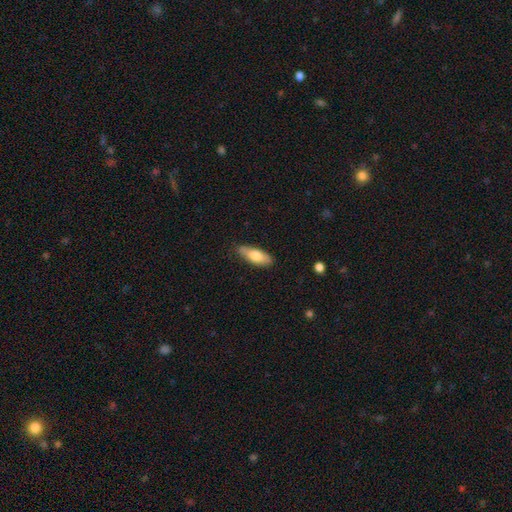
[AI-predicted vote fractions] smooth 75%, featured or disk 20%, star or artifact 6%. Down the decision tree: how rounded — in between (68%); merging — none (81%).